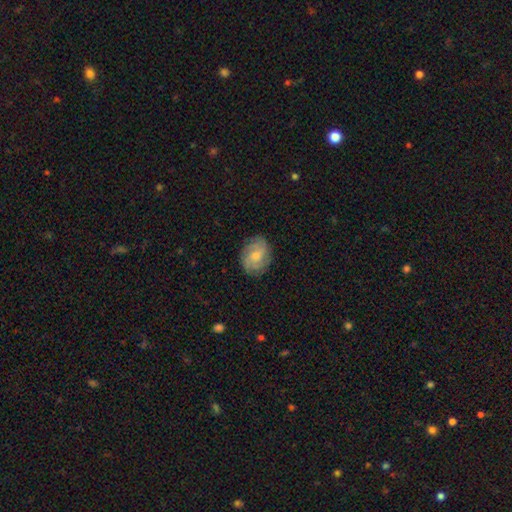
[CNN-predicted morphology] featured or disk 52%, smooth 40%, star or artifact 8%. Down the decision tree: edge-on disk — no (97%); bar — no (65%); spiral arms — yes (86%); bulge size — small (49%); merging — none (82%).